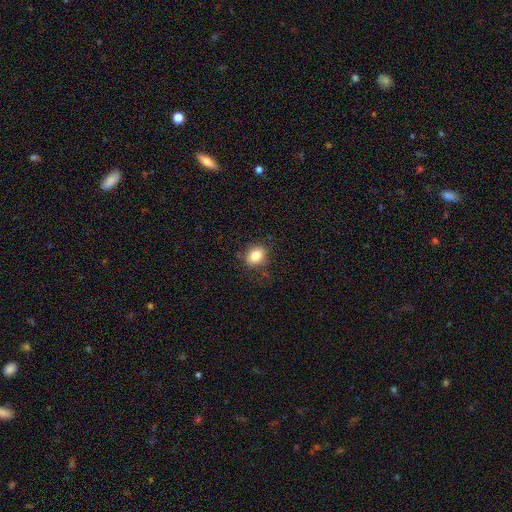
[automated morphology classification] Overall: smooth (81%). How rounded: round (52%; in between 47%). Merging: none (81%).